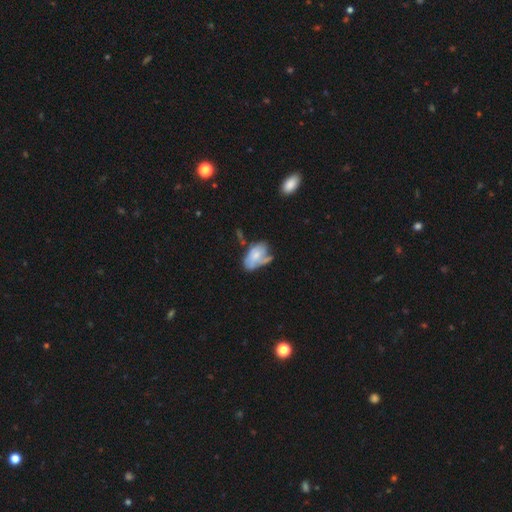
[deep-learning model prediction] Smooth or featured?
  - smooth: 53% *
  - featured or disk: 39%
  - star or artifact: 8%
How rounded?
  - in between: 90% *
  - round: 7%
  - cigar-shaped: 2%
Merging?
  - none: 32% *
  - minor disturbance: 29%
  - major disturbance: 21%
  - merger: 19%